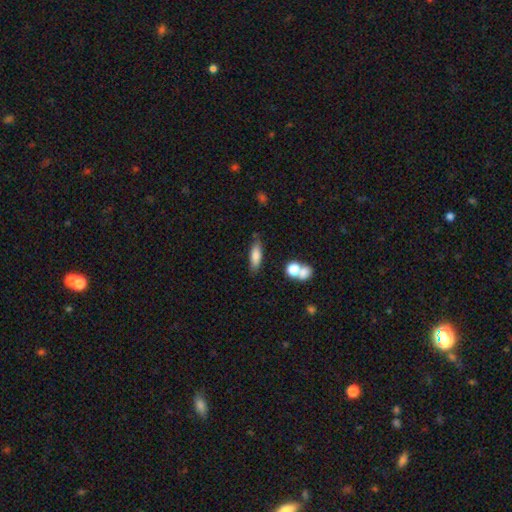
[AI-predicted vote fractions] smooth 77%, featured or disk 15%, star or artifact 8%. Down the decision tree: how rounded — in between (50%); merging — none (76%).